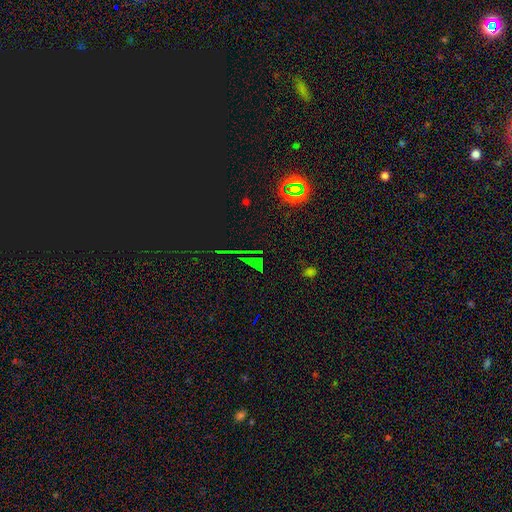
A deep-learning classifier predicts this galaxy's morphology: Smooth or featured?
  - star or artifact: 79% *
  - smooth: 13%
  - featured or disk: 8%